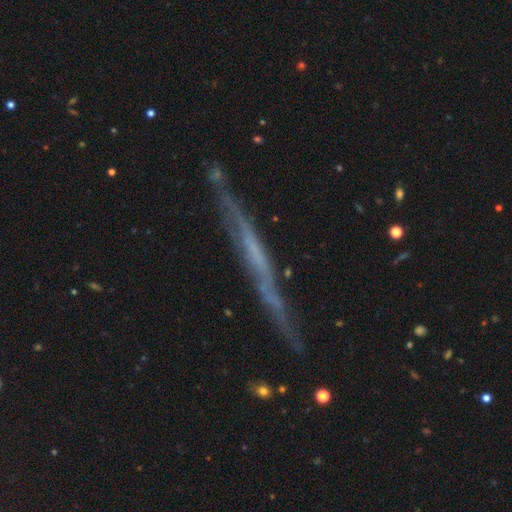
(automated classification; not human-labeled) The model was most divided on "smooth or featured": featured or disk: 67%, smooth: 22%, star or artifact: 10%. More confident: edge-on disk — yes (93%); edge-on bulge — none (84%); merging — none (81%).